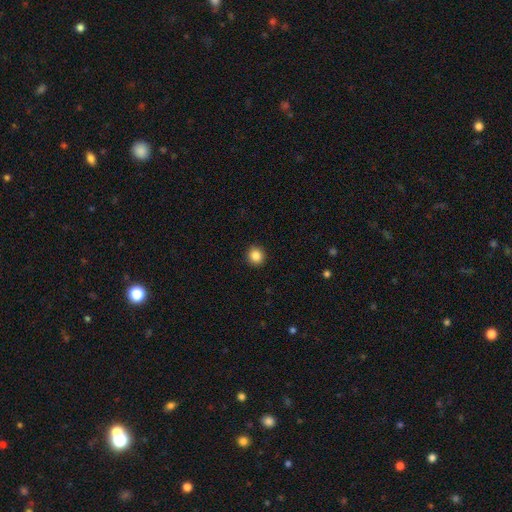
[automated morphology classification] smooth-or-featured: smooth: 86% | star or artifact: 10% | featured or disk: 4%
  how-rounded: round: 92% | in between: 7% | cigar-shaped: 1%
  merging: none: 92% | minor disturbance: 5% | major disturbance: 2% | merger: 1%